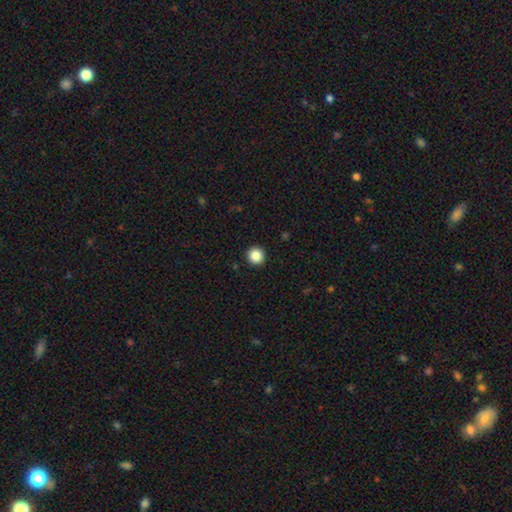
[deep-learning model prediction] smooth_or_featured: smooth (p=0.86) [alt: star or artifact p=0.10]
how_rounded: round (p=0.96) [alt: in between p=0.03]
merging: none (p=0.93) [alt: minor disturbance p=0.04]